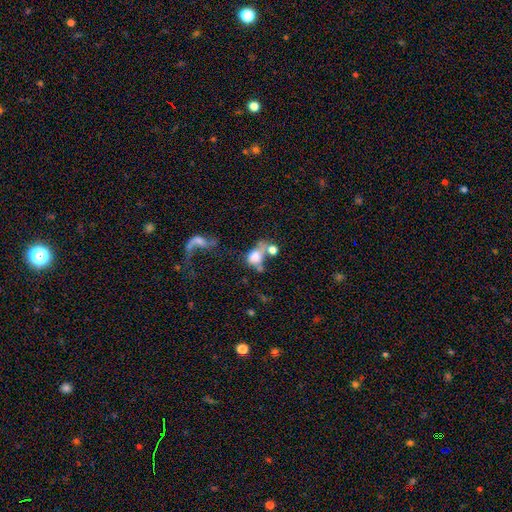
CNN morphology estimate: Smooth or featured: smooth — 62% (featured or disk — 26%)
How rounded: in between — 63% (round — 34%)
Merging: merger — 50% (major disturbance — 21%)